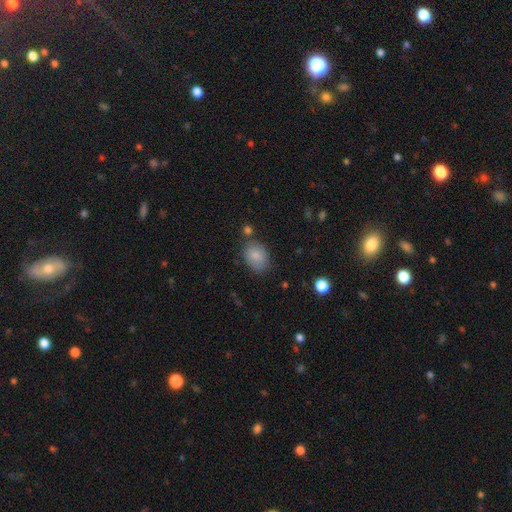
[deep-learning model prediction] Smooth or featured?
  - smooth: 85% *
  - star or artifact: 8%
  - featured or disk: 8%
How rounded?
  - in between: 76% *
  - round: 23%
  - cigar-shaped: 1%
Merging?
  - none: 71% *
  - minor disturbance: 18%
  - merger: 6%
  - major disturbance: 5%